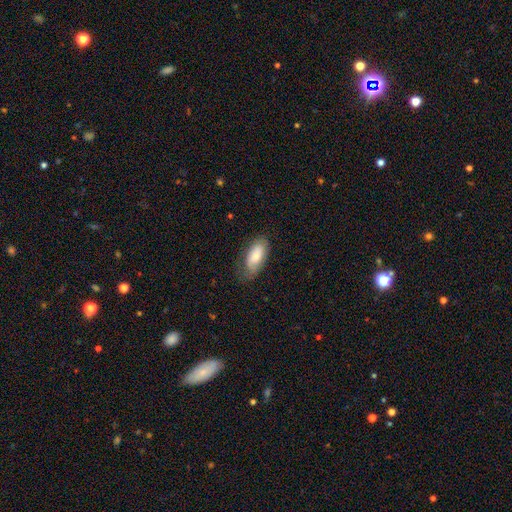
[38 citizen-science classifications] Smooth or featured? smooth (79%)
How rounded? in between (93%)
Merging? minor disturbance (44%)